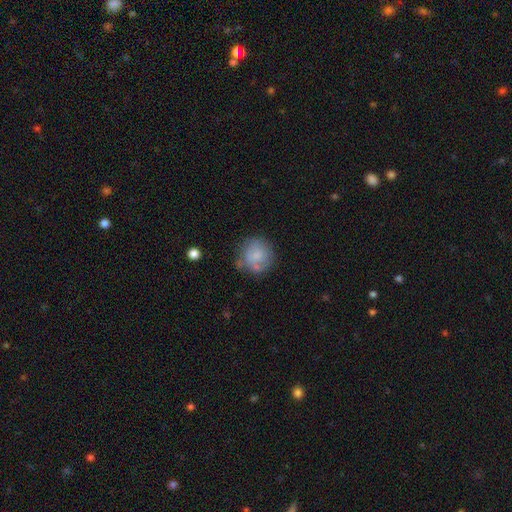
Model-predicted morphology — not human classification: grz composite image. It shows a smooth galaxy with no disk features (66%) that is round (87%). Merging: none (58%).